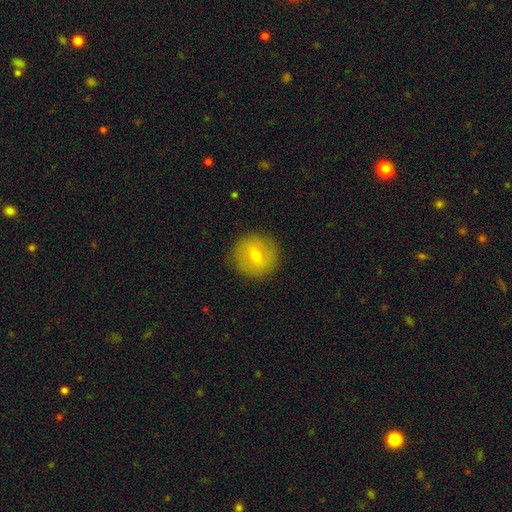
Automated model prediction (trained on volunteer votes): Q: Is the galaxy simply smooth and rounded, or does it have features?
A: smooth — 62%.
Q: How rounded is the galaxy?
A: round — 94%.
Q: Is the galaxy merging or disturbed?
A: none — 89%.